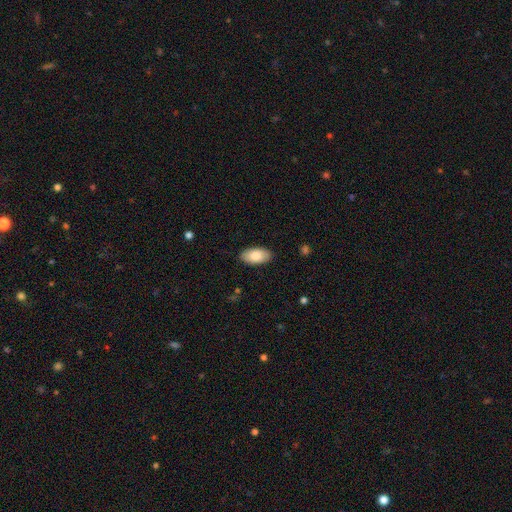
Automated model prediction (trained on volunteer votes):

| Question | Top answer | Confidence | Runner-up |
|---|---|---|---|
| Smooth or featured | smooth | 85% | featured or disk (9%) |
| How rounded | in between | 95% | round (2%) |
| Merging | none | 89% | minor disturbance (9%) |